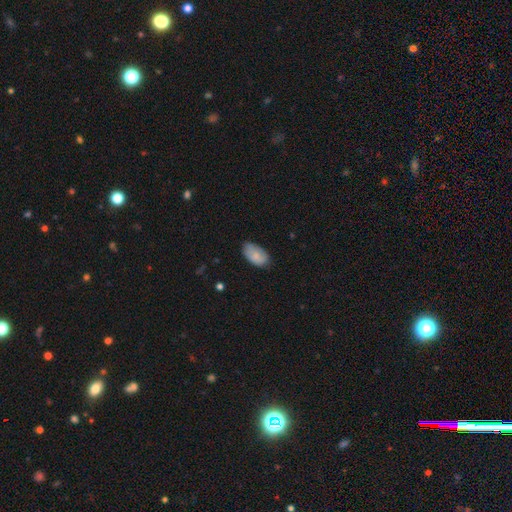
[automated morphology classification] smooth_or_featured: smooth (p=0.79) [alt: featured or disk p=0.14]
how_rounded: in between (p=0.93) [alt: round p=0.05]
merging: none (p=0.66) [alt: minor disturbance p=0.28]